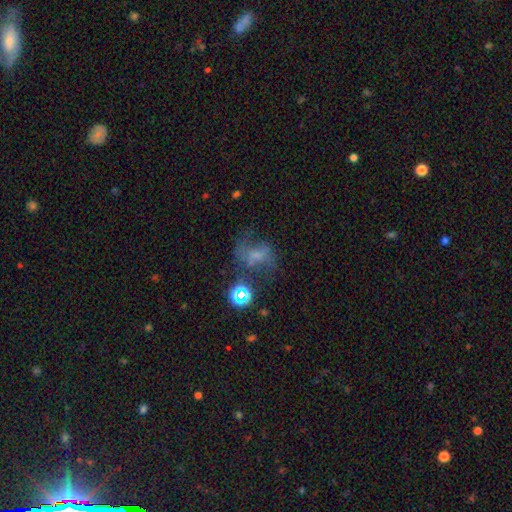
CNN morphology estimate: featured or disk 40%, smooth 36%, star or artifact 24%. Down the decision tree: merging — none (41%).